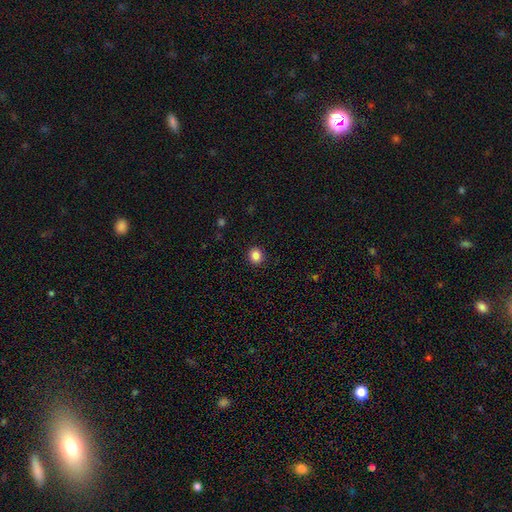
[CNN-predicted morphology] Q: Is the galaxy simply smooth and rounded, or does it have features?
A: smooth — 85%.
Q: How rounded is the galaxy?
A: round — 81%.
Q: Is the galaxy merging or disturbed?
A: none — 92%.